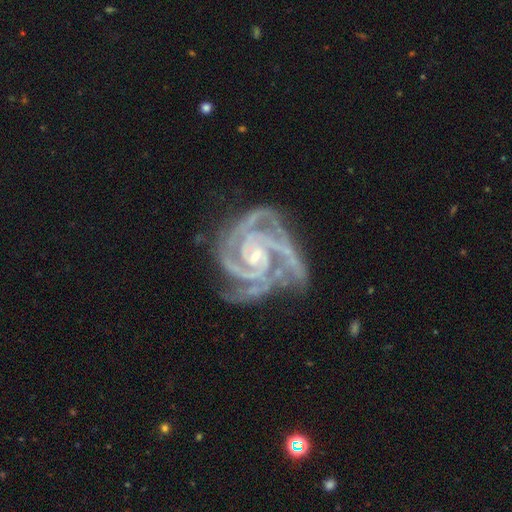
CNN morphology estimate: This is clearly a featured or disk galaxy (93%). It is clearly not viewed edge-on (98%). Bar: possibly no (50%). Spiral arm pattern: clearly yes (99%). Spiral arm count: marginally 3 (44%). Spiral winding: likely tight (72%). Central bulge: likely small (75%). Merging: possibly none (59%).